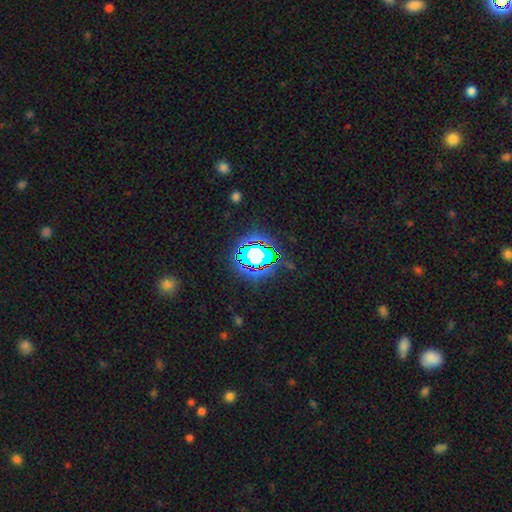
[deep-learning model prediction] The model was most divided on "smooth or featured": star or artifact: 68%, smooth: 19%, featured or disk: 13%.